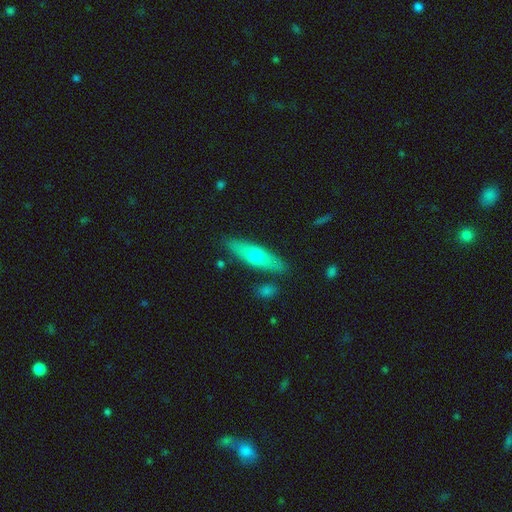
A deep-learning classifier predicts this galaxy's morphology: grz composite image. It shows a smooth galaxy with no disk features (56%) that is cigar-shaped (61%). Merging: none (85%).